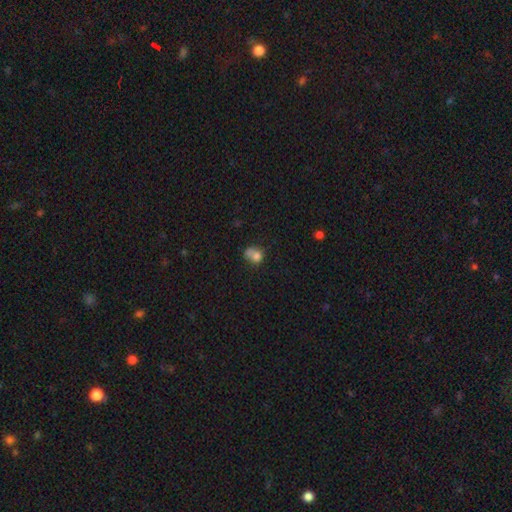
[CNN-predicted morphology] Smooth or featured?
  - smooth: 74% *
  - featured or disk: 14%
  - star or artifact: 12%
How rounded?
  - round: 65% *
  - in between: 34%
  - cigar-shaped: 1%
Merging?
  - merger: 42% *
  - none: 31%
  - minor disturbance: 16%
  - major disturbance: 11%